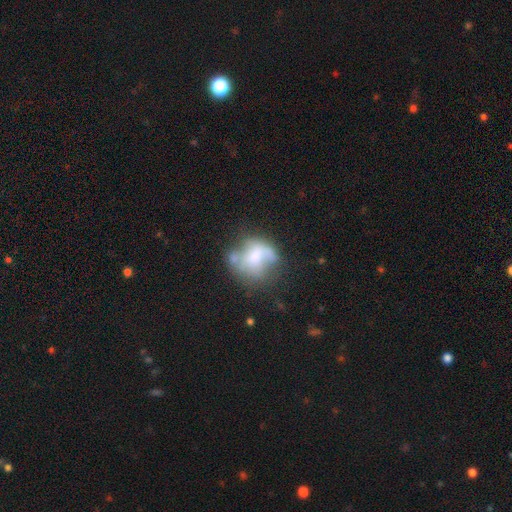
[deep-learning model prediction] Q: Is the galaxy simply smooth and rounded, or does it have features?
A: smooth — 47%.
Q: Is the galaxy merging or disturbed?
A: none — 32%.